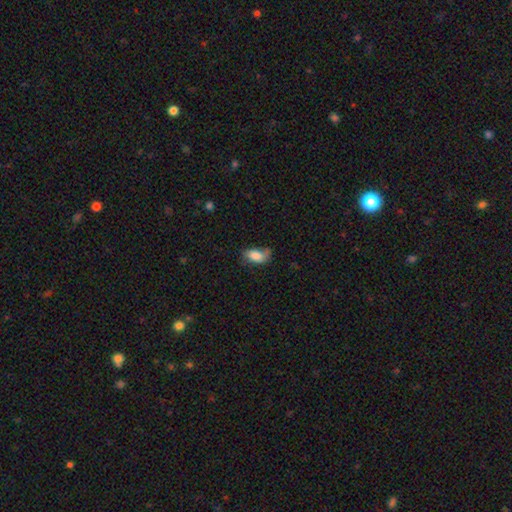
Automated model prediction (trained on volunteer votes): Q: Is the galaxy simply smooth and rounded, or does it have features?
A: smooth — 80%.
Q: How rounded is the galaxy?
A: in between — 91%.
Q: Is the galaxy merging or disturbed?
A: none — 47%.